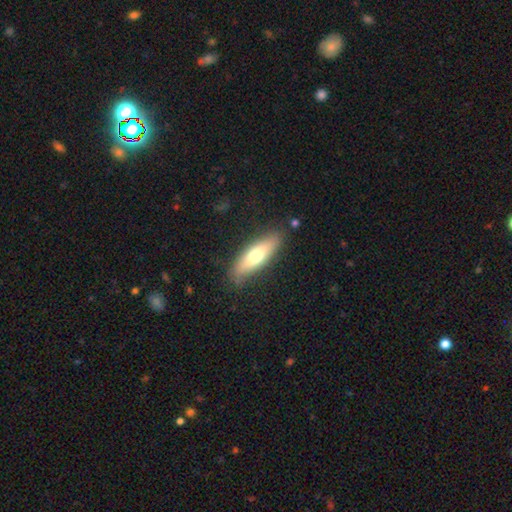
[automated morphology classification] smooth 65%, featured or disk 30%, star or artifact 6%. Down the decision tree: how rounded — cigar-shaped (56%); merging — none (84%).